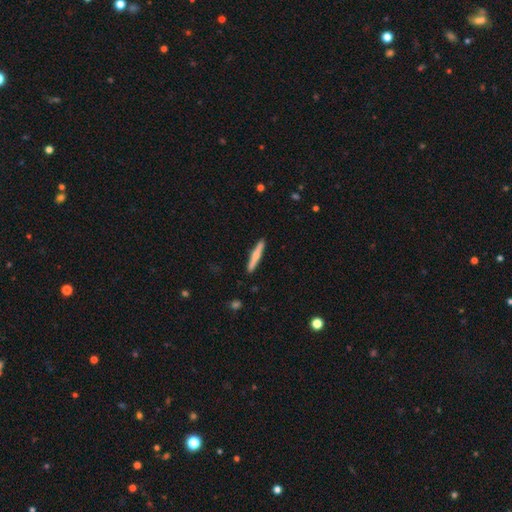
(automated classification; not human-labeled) Smooth or featured: smooth — 63% (featured or disk — 32%)
How rounded: cigar-shaped — 94% (in between — 4%)
Merging: none — 90% (minor disturbance — 7%)